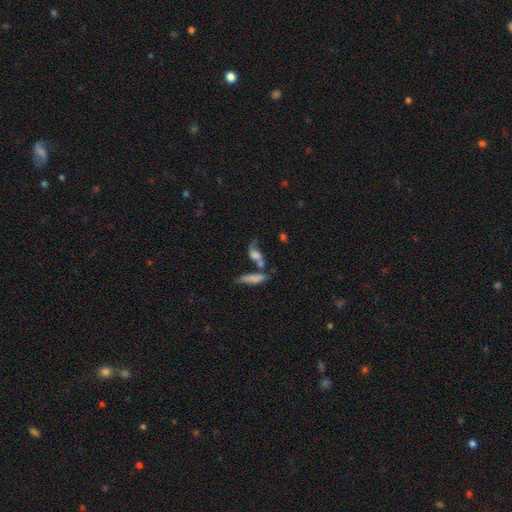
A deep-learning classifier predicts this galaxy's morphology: Q: Smooth or featured?
A: smooth (54%); runner-up: featured or disk (34%)
Q: How rounded?
A: in between (63%); runner-up: cigar-shaped (23%)
Q: Merging?
A: merger (36%); runner-up: none (34%)